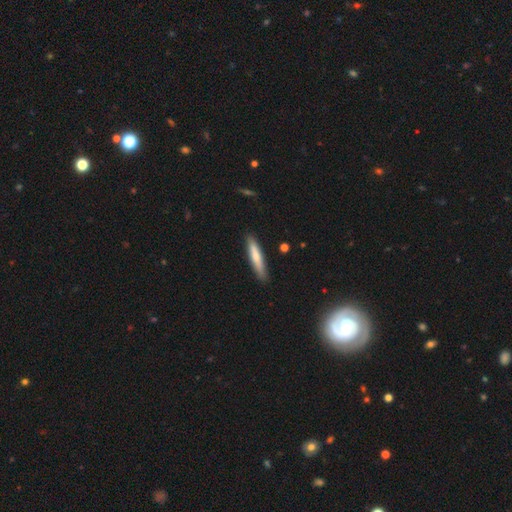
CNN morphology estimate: Smooth or featured?
  - smooth: 70% *
  - featured or disk: 24%
  - star or artifact: 5%
How rounded?
  - cigar-shaped: 89% *
  - in between: 10%
  - round: 1%
Merging?
  - none: 87% *
  - minor disturbance: 10%
  - major disturbance: 2%
  - merger: 1%